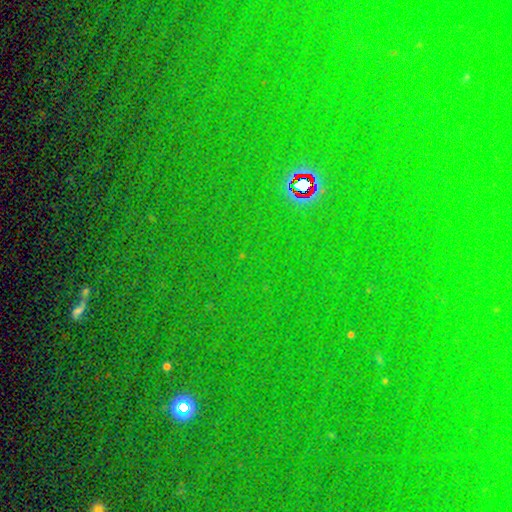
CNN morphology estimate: Smooth or featured? Predicted: star or artifact (p=0.81).